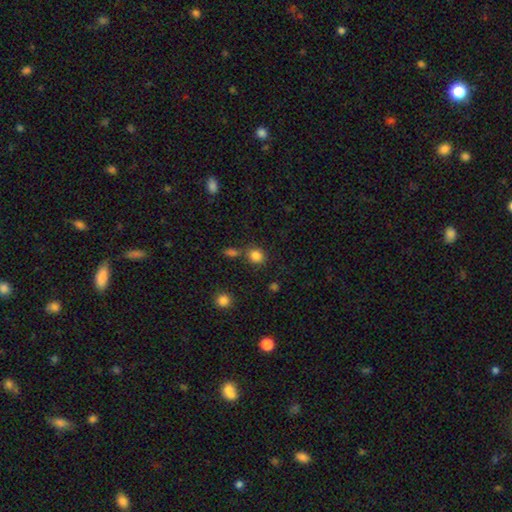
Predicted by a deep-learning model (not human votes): This appears to be a smooth galaxy with no disk features (84%) that is round (71%). Merging: none (71%).